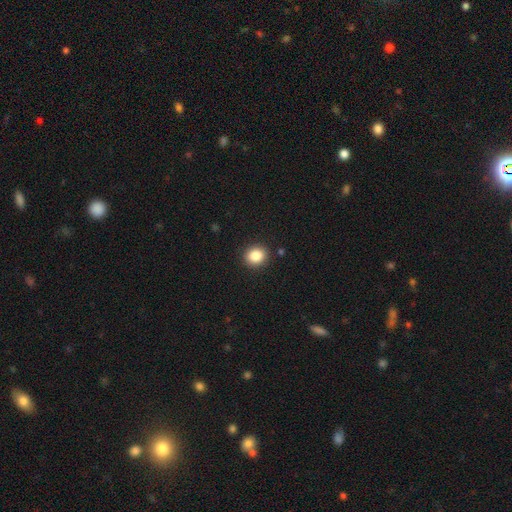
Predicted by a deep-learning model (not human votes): Smooth or featured?
  - smooth: 85% *
  - star or artifact: 10%
  - featured or disk: 5%
How rounded?
  - round: 76% *
  - in between: 23%
  - cigar-shaped: 1%
Merging?
  - none: 91% *
  - minor disturbance: 6%
  - major disturbance: 2%
  - merger: 1%